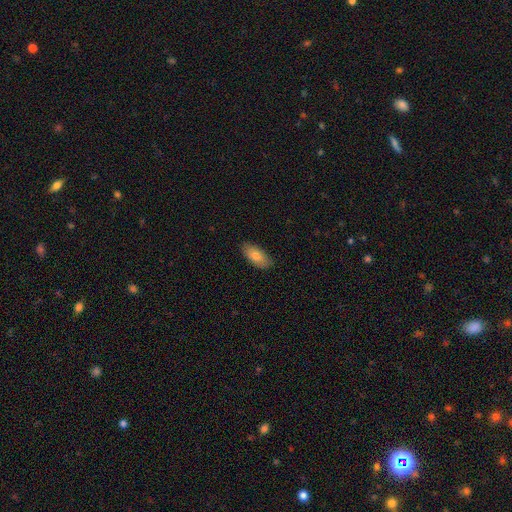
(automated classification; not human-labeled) This is clearly a smooth galaxy (81%). How rounded: clearly in between (91%). Merging: clearly none (85%).